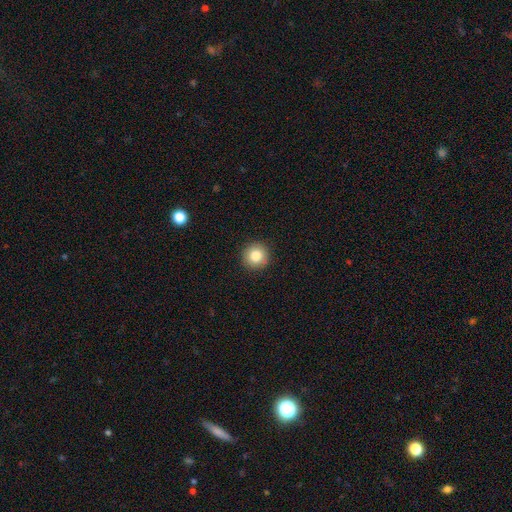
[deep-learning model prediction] Smooth or featured? smooth (83%)
How rounded? round (95%)
Merging? none (92%)